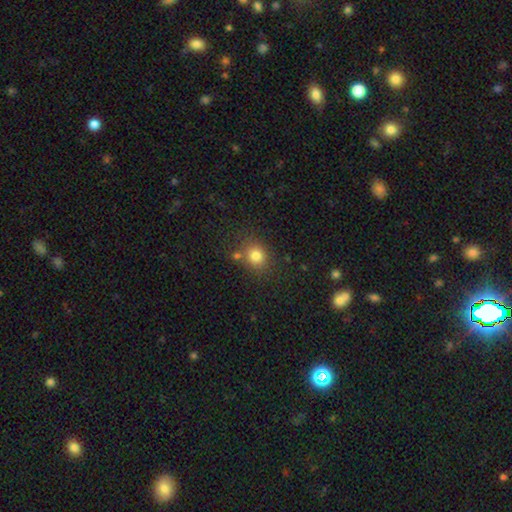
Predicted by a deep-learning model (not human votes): This is likely a smooth galaxy (80%). How rounded: likely round (74%). Merging: likely none (73%).